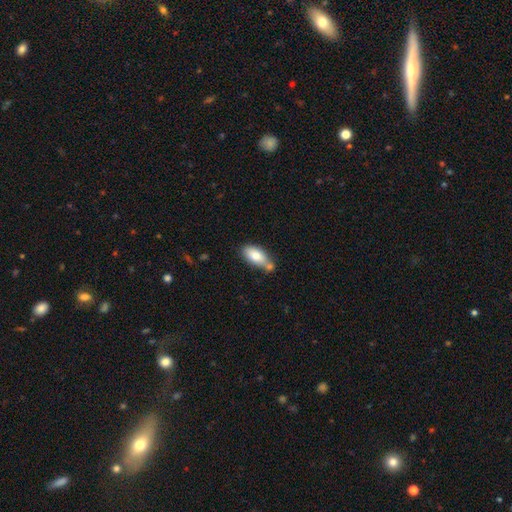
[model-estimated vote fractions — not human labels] This is likely a smooth galaxy (78%). How rounded: clearly in between (89%). Merging: possibly none (51%).